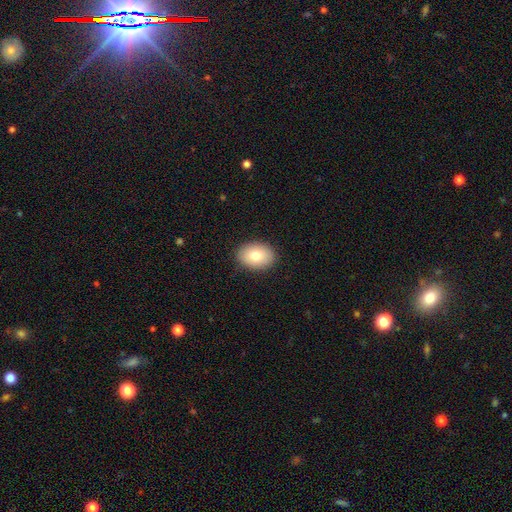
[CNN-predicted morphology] Q: Smooth or featured?
A: smooth (79%); runner-up: featured or disk (13%)
Q: How rounded?
A: in between (76%); runner-up: round (23%)
Q: Merging?
A: none (89%); runner-up: minor disturbance (8%)